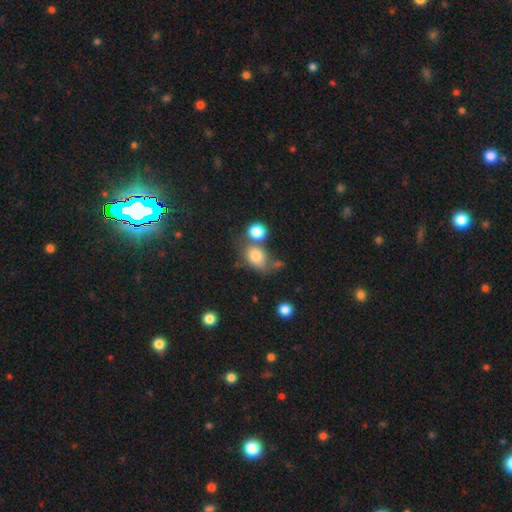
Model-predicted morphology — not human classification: The model was most divided on "merging": none: 39%, merger: 34%, minor disturbance: 17%, major disturbance: 10%. More confident: smooth or featured — smooth (77%); how rounded — in between (63%).